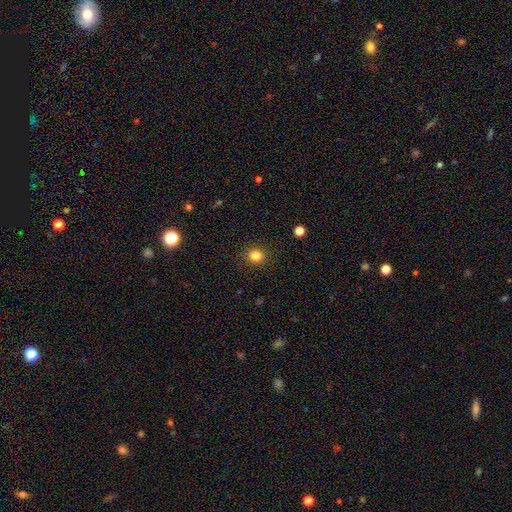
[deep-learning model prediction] The model was most divided on "smooth or featured": smooth: 83%, star or artifact: 12%, featured or disk: 5%. More confident: merging — none (90%); how rounded — round (89%).